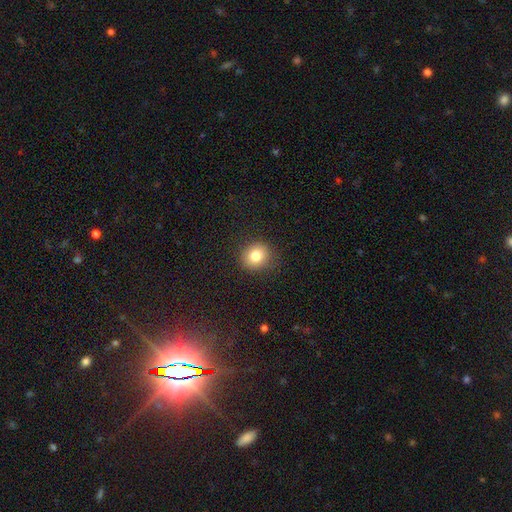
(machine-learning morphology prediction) A smooth galaxy with no disk features (82%) that is round (82%). Merging: none (88%).